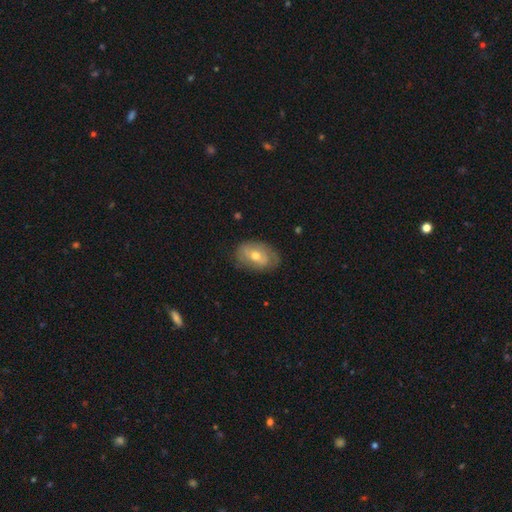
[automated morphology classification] A featured or disk galaxy (50%).

Vote fractions:
- Smooth or featured? featured or disk: 50% / smooth: 43% / star or artifact: 7%
- Merging? none: 72% / minor disturbance: 21% / major disturbance: 6% / merger: 1%